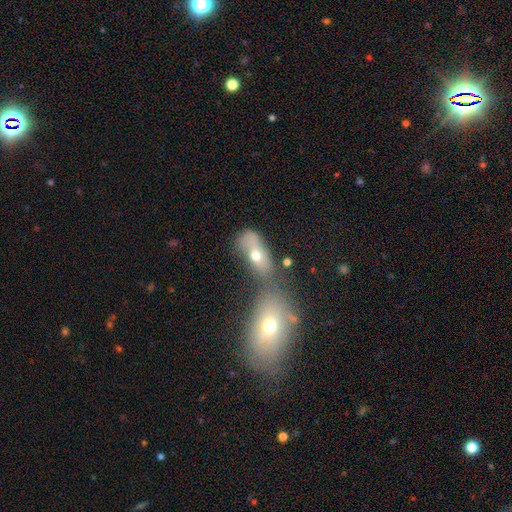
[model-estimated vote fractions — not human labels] Smooth or featured? Predicted: smooth (p=0.56). How rounded? Predicted: in between (p=0.81). Merging? Predicted: merger (p=0.53).